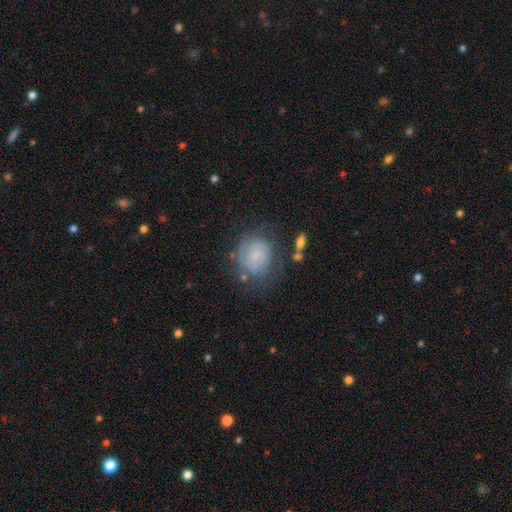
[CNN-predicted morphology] Smooth or featured?
  - smooth: 48% *
  - featured or disk: 41%
  - star or artifact: 10%
Merging?
  - none: 56% *
  - minor disturbance: 23%
  - major disturbance: 16%
  - merger: 5%